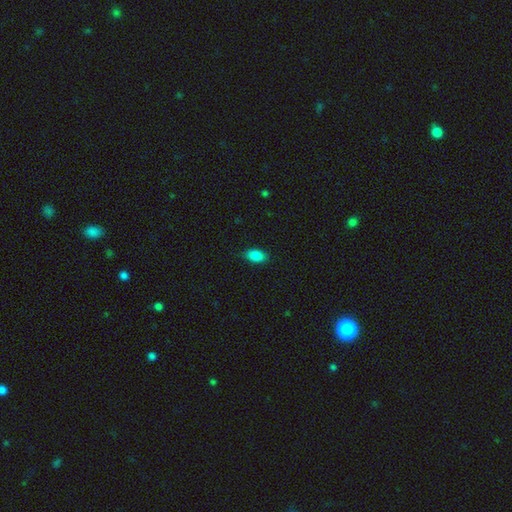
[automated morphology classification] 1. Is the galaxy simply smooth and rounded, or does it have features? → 87% smooth, 9% star or artifact, 5% featured or disk.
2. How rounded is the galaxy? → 90% in between, 7% round, 3% cigar-shaped.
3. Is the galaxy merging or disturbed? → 86% none, 10% minor disturbance, 2% major disturbance, 1% merger.